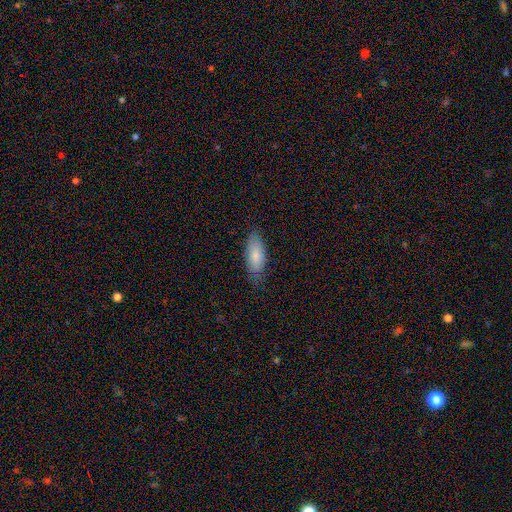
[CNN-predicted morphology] Smooth or featured: smooth — 81% (featured or disk — 13%)
How rounded: in between — 80% (cigar-shaped — 18%)
Merging: none — 76% (minor disturbance — 19%)